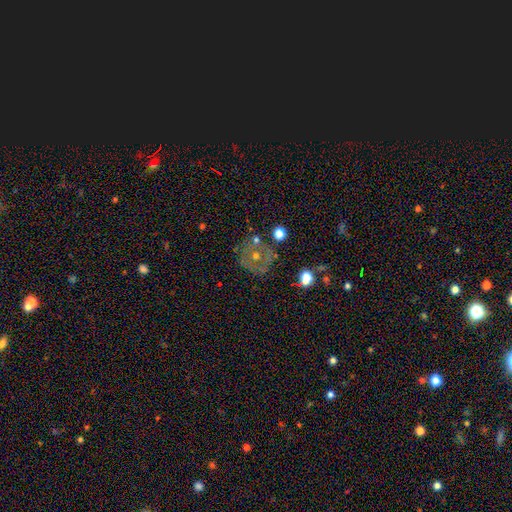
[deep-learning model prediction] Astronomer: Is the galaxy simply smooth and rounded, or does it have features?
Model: featured or disk — 49% (runner-up: smooth, 34%).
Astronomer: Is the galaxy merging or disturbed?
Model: none — 65%.